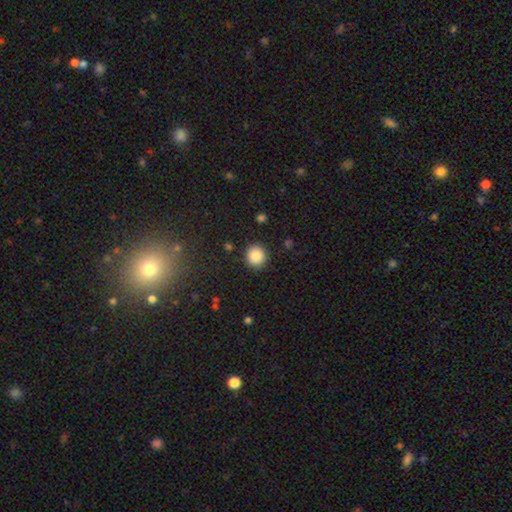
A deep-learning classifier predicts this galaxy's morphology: This appears to be a smooth galaxy with no disk features (87%) that is round (90%). Merging: none (90%).